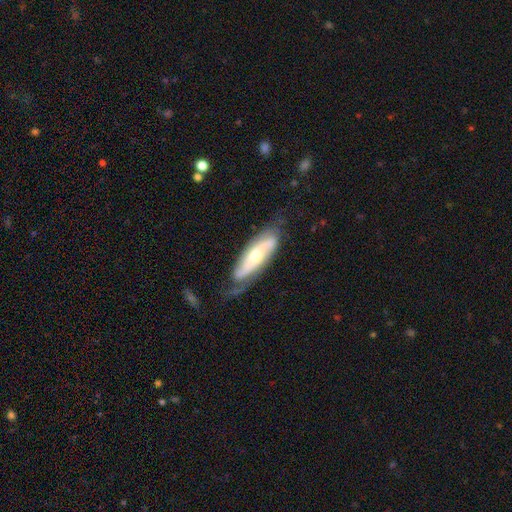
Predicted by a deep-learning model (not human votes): A featured or disk galaxy (72%) with no bar (58%), 2 (76%) medium (39%) spiral arms (90%) and a moderate central bulge (61%). Merging: none (58%).